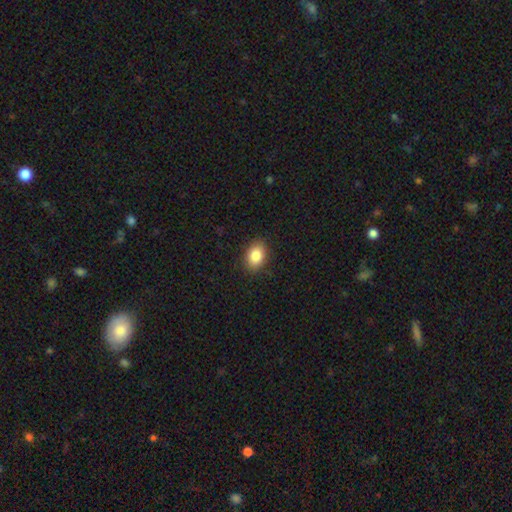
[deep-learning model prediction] Smooth or featured?
  - smooth: 85% *
  - star or artifact: 8%
  - featured or disk: 6%
How rounded?
  - in between: 80% *
  - round: 19%
  - cigar-shaped: 1%
Merging?
  - none: 89% *
  - minor disturbance: 8%
  - major disturbance: 2%
  - merger: 1%